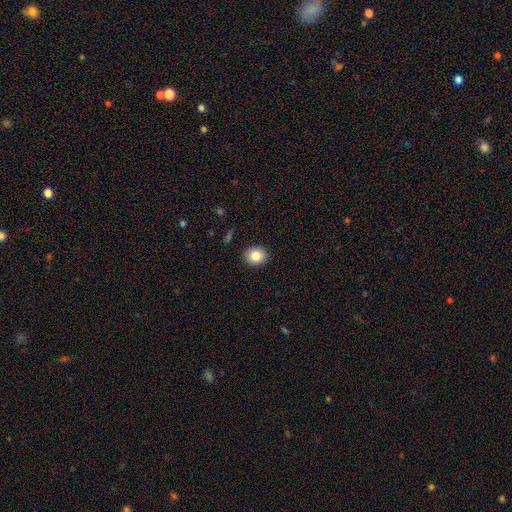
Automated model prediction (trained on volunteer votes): Smooth or featured: smooth — 85% (star or artifact — 9%)
How rounded: round — 76% (in between — 23%)
Merging: none — 90% (minor disturbance — 7%)